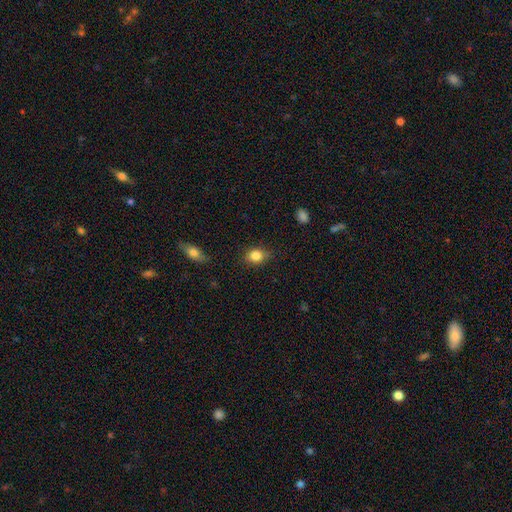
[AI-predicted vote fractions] Smooth or featured?
  - smooth: 85% *
  - star or artifact: 9%
  - featured or disk: 6%
How rounded?
  - round: 52% *
  - in between: 47%
  - cigar-shaped: 1%
Merging?
  - none: 78% *
  - minor disturbance: 17%
  - major disturbance: 4%
  - merger: 2%